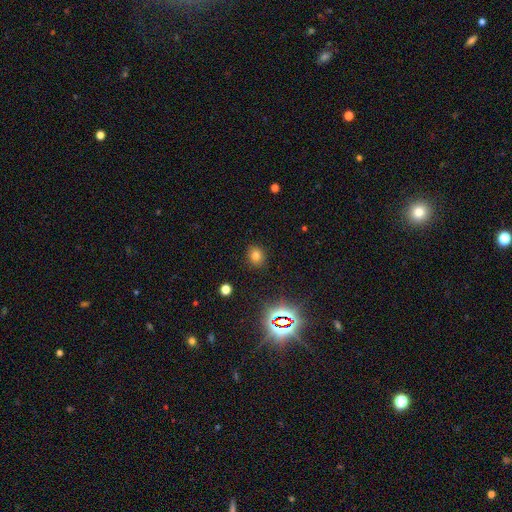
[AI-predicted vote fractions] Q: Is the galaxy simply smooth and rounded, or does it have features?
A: smooth — 74%.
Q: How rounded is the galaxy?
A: round — 72%.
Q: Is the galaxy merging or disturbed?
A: none — 88%.